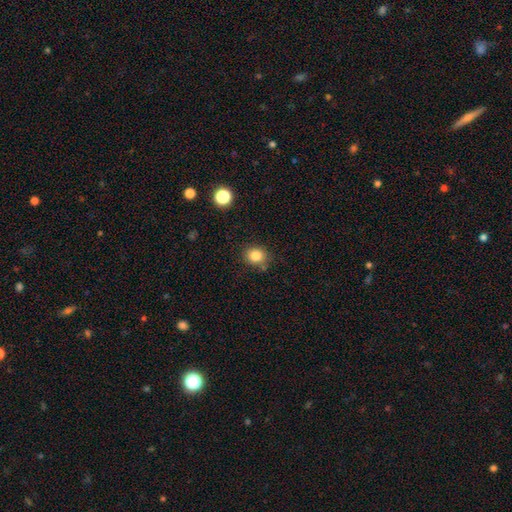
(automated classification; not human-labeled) Overall: smooth (82%). How rounded: round (76%). Merging: none (80%).